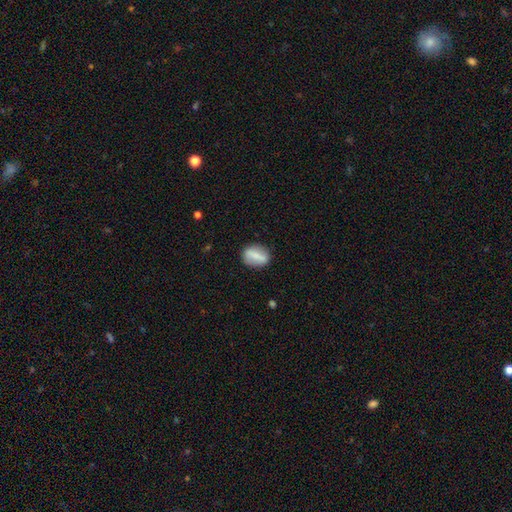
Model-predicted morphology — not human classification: smooth-or-featured: smooth: 66% | featured or disk: 27% | star or artifact: 7%
  how-rounded: in between: 65% | round: 28% | cigar-shaped: 7%
  merging: none: 84% | minor disturbance: 11% | major disturbance: 3% | merger: 2%